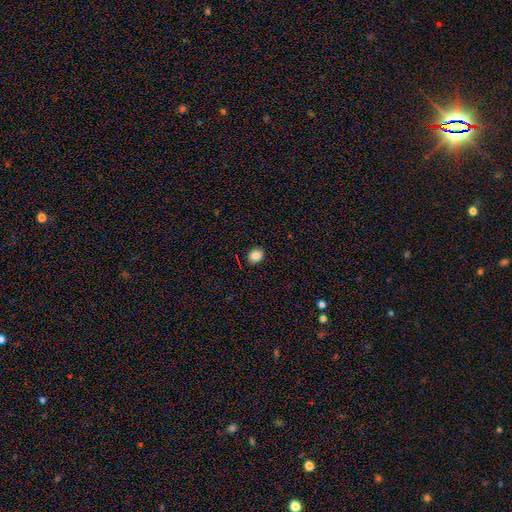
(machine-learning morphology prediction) The model was most divided on "how rounded": round: 55%, in between: 44%, cigar-shaped: 1%. More confident: merging — none (87%); smooth or featured — smooth (85%).